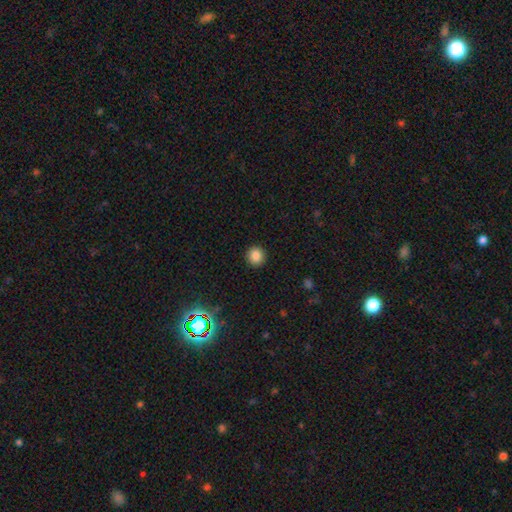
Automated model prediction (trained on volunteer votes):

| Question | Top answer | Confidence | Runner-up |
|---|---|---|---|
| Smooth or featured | smooth | 85% | star or artifact (11%) |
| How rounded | round | 92% | in between (7%) |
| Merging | none | 92% | minor disturbance (5%) |